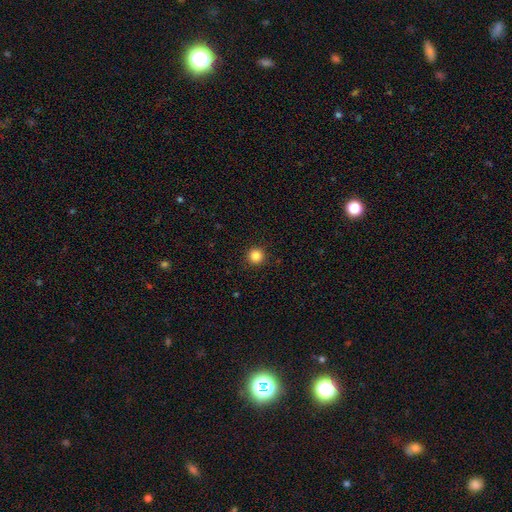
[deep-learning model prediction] smooth-or-featured: smooth: 86% | star or artifact: 11% | featured or disk: 3%
  how-rounded: round: 95% | in between: 4% | cigar-shaped: 1%
  merging: none: 92% | minor disturbance: 5% | major disturbance: 2% | merger: 1%